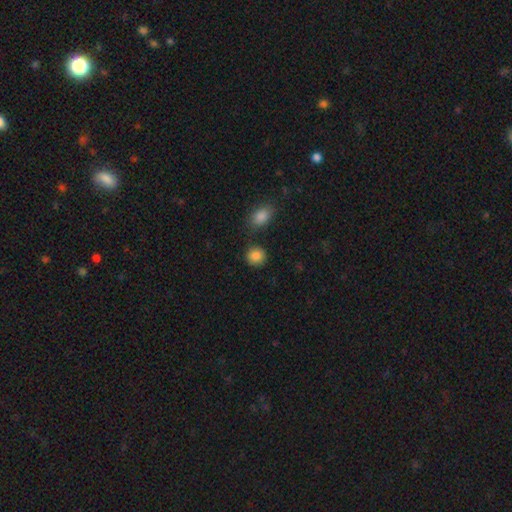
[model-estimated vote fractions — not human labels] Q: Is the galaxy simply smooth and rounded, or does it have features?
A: smooth — 86%.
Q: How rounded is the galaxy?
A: round — 84%.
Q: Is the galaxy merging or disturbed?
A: none — 81%.